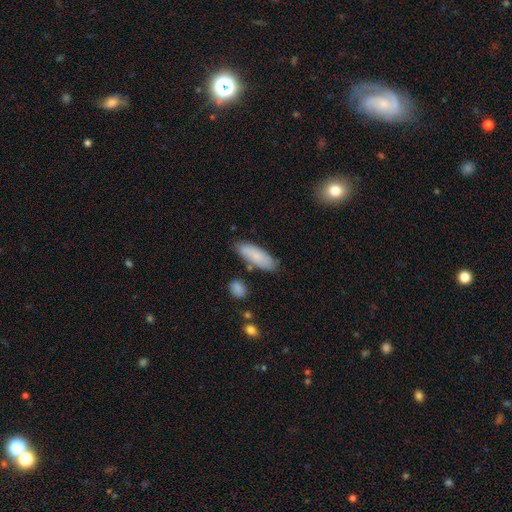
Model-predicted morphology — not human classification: Smooth or featured: smooth — 81% (featured or disk — 13%)
How rounded: in between — 63% (cigar-shaped — 35%)
Merging: none — 78% (minor disturbance — 14%)